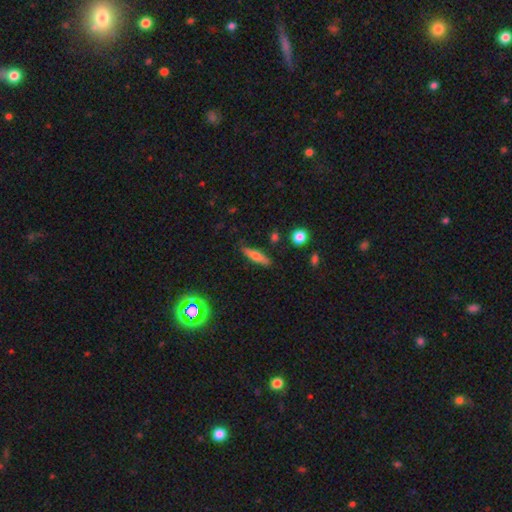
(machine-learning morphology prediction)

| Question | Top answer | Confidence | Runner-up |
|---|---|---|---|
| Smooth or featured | smooth | 67% | featured or disk (25%) |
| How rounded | cigar-shaped | 70% | in between (27%) |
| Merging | none | 82% | minor disturbance (13%) |